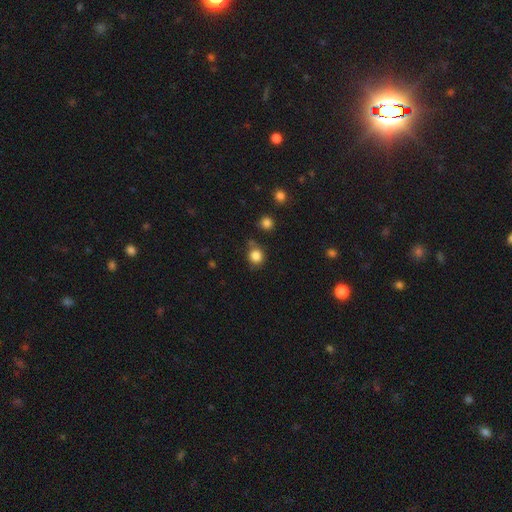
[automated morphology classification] This appears to be a smooth galaxy with no disk features (84%) that is round (84%). Merging: none (67%).